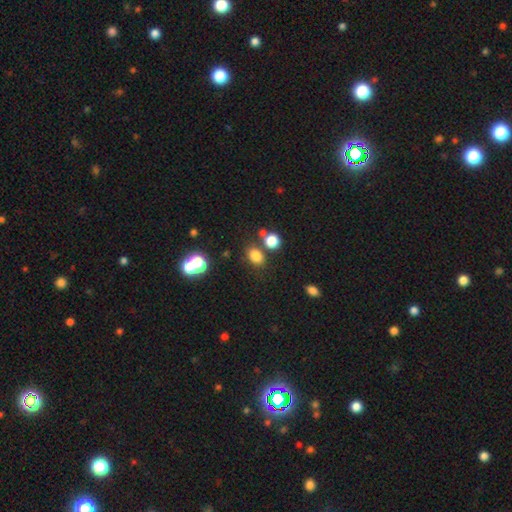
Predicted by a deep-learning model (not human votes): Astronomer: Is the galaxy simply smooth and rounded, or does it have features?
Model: smooth — 79%.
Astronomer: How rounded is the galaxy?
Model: in between — 64%.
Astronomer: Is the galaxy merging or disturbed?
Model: none — 72%.